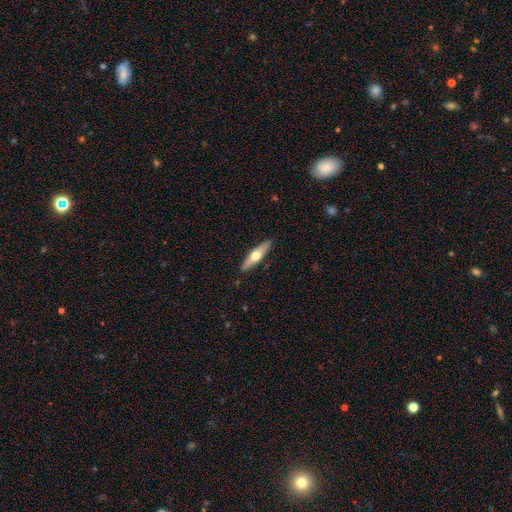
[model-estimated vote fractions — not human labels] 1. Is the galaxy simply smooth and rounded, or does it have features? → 51% featured or disk, 44% smooth, 5% star or artifact.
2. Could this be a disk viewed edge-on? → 90% yes, 10% no.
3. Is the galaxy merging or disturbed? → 90% none, 7% minor disturbance, 2% major disturbance, 1% merger.